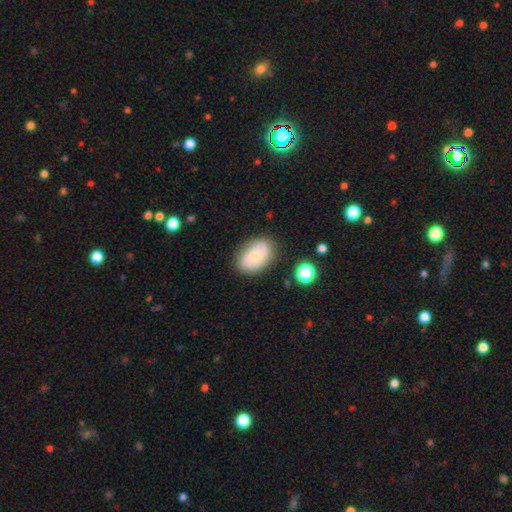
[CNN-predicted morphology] Smooth or featured? smooth (51%)
How rounded? in between (86%)
Merging? none (76%)